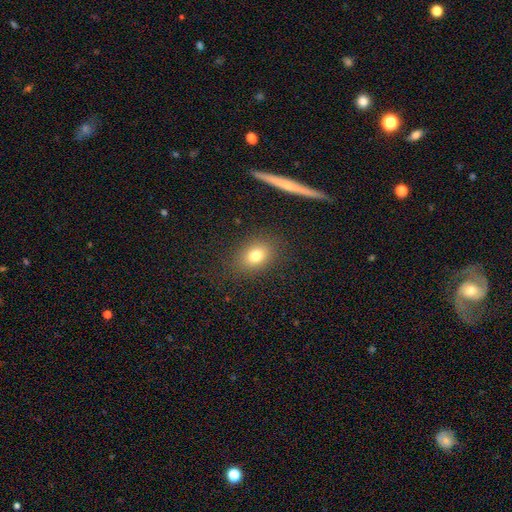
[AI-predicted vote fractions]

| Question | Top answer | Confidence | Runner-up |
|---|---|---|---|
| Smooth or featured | smooth | 77% | star or artifact (13%) |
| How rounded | in between | 60% | round (38%) |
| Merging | none | 85% | minor disturbance (9%) |